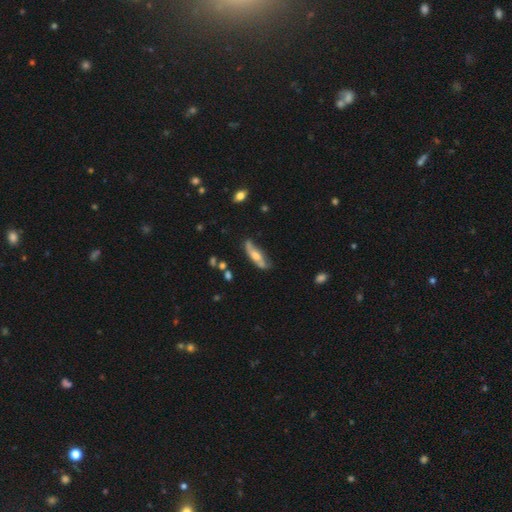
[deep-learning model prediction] Overall: featured or disk (54%; smooth 40%). Edge-on disk: no (56%; yes 44%). Merging: none (60%; minor disturbance 28%).